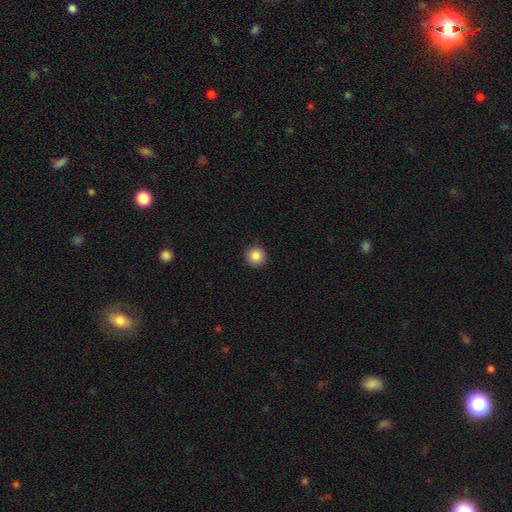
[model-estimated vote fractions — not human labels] smooth_or_featured: smooth (p=0.87) [alt: star or artifact p=0.10]
how_rounded: round (p=0.95) [alt: in between p=0.04]
merging: none (p=0.92) [alt: minor disturbance p=0.06]